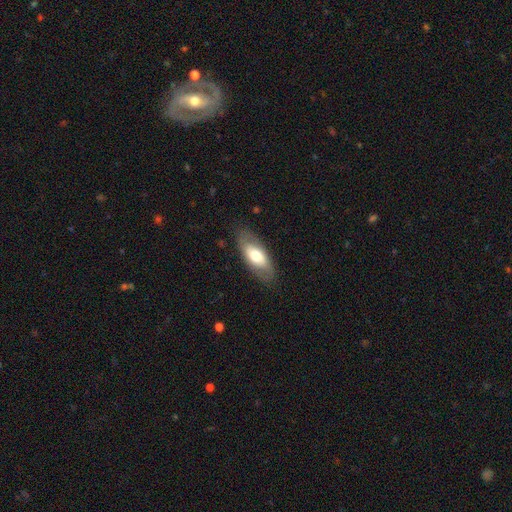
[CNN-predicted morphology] The model was most divided on "smooth or featured": smooth: 60%, featured or disk: 34%, star or artifact: 6%. More confident: how rounded — in between (86%); merging — none (80%).